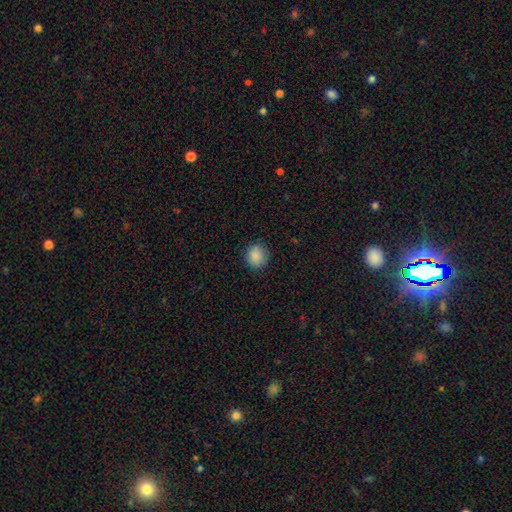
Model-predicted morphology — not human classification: Smooth or featured? Predicted: smooth (p=0.88). How rounded? Predicted: round (p=0.87). Merging? Predicted: none (p=0.89).